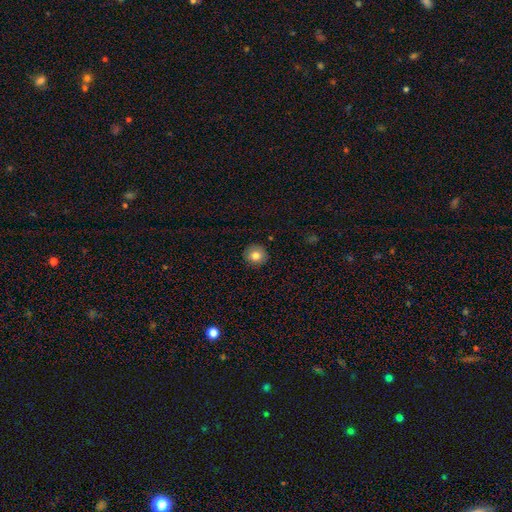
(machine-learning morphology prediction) This appears to be a smooth galaxy with no disk features (80%) that is round (92%). Merging: none (90%).